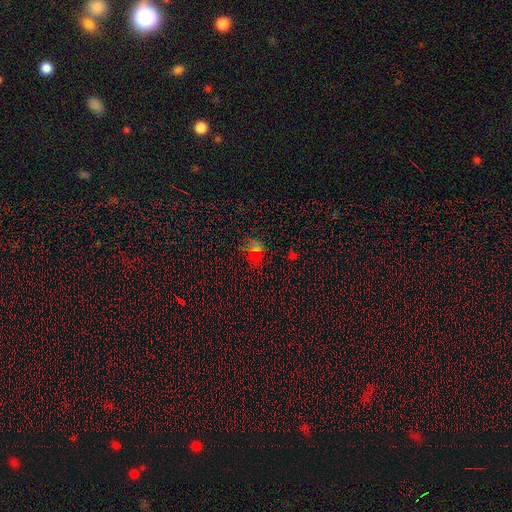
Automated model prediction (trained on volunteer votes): This is possibly a smooth galaxy (51%). How rounded: possibly in between (57%). Merging: likely none (64%).